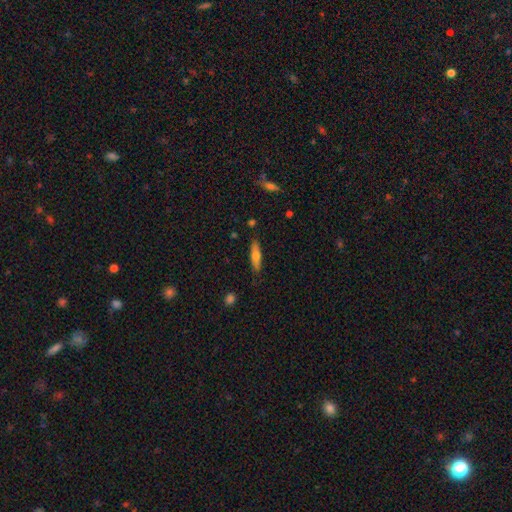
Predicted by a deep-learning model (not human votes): Smooth or featured: smooth — 64% (featured or disk — 29%)
How rounded: cigar-shaped — 68% (in between — 30%)
Merging: none — 85% (minor disturbance — 11%)